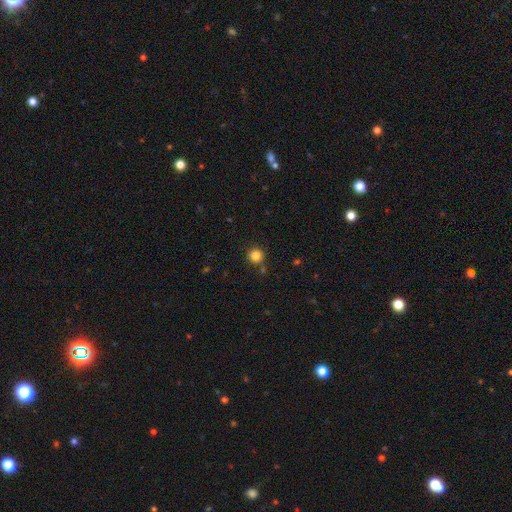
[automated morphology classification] Smooth or featured? Predicted: smooth (p=0.84). How rounded? Predicted: round (p=0.95). Merging? Predicted: none (p=0.85).